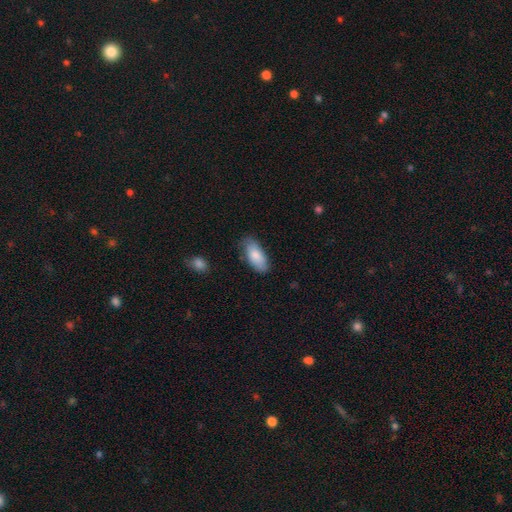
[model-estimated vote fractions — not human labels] Overall: smooth (82%). How rounded: in between (88%). Merging: none (74%).